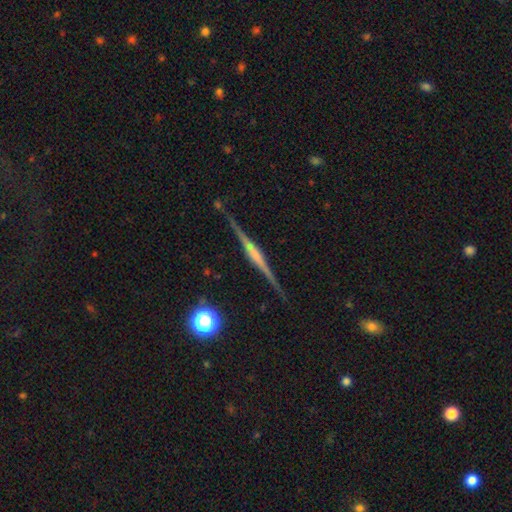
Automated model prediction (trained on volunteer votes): smooth_or_featured: featured or disk (p=0.81) [alt: smooth p=0.12]
disk_edge_on: yes (p=0.98) [alt: no p=0.02]
edge_on_bulge: rounded (p=0.53) [alt: none p=0.28]
merging: none (p=0.91) [alt: minor disturbance p=0.06]